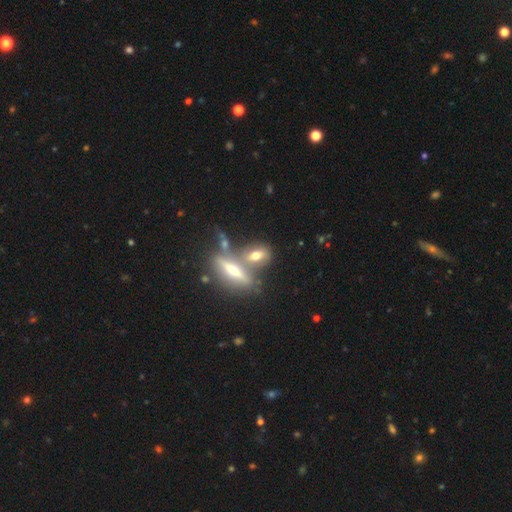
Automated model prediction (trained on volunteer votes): Smooth or featured? Predicted: smooth (p=0.56). How rounded? Predicted: in between (p=0.61). Merging? Predicted: none (p=0.47).